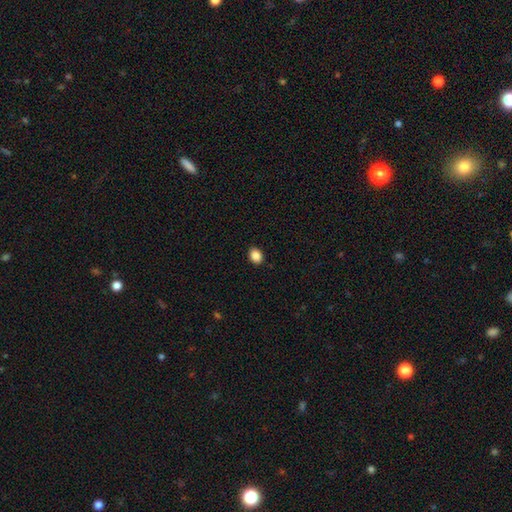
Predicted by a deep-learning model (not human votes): The model was most divided on "how rounded": in between: 60%, round: 39%, cigar-shaped: 1%. More confident: merging — none (91%); smooth or featured — smooth (88%).